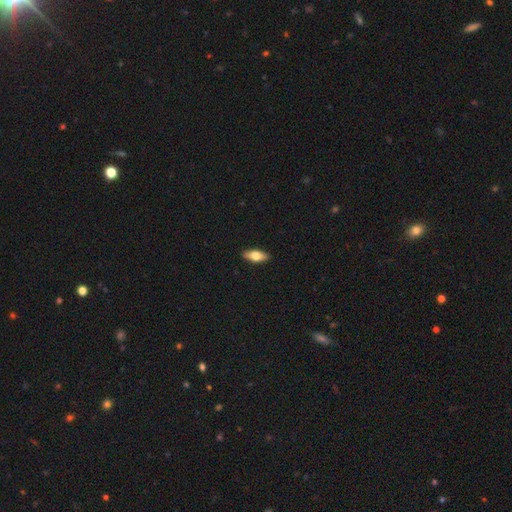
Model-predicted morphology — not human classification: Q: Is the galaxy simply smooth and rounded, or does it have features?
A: smooth — 67%.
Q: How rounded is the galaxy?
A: in between — 78%.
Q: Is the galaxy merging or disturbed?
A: none — 90%.